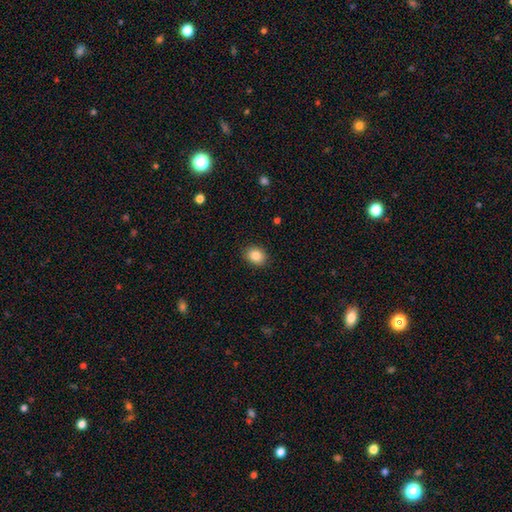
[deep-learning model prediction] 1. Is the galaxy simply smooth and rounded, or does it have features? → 86% smooth, 9% star or artifact, 5% featured or disk.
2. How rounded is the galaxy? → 53% in between, 46% round, 1% cigar-shaped.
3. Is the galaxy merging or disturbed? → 89% none, 8% minor disturbance, 2% major disturbance, 1% merger.